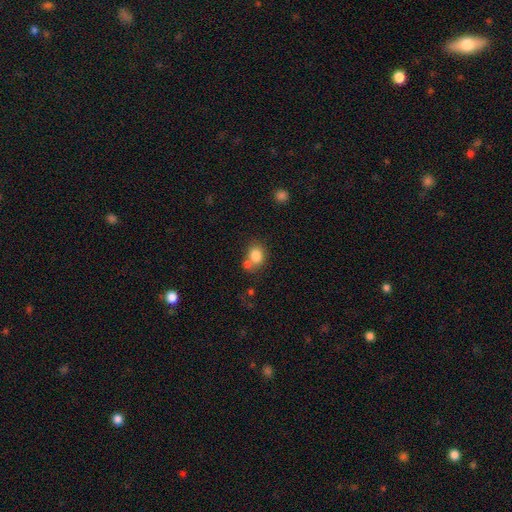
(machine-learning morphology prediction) Smooth or featured? smooth (82%)
How rounded? round (60%)
Merging? none (56%)